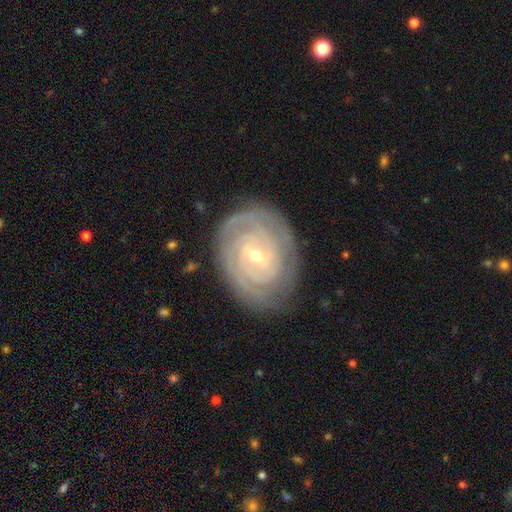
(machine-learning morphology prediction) featured or disk 88%, smooth 7%, star or artifact 5%. Down the decision tree: edge-on disk — no (97%); bar — weak (49%); spiral arms — yes (97%); spiral arm count — can't tell (27%); spiral winding — tight (85%); bulge size — small (59%); merging — none (82%).